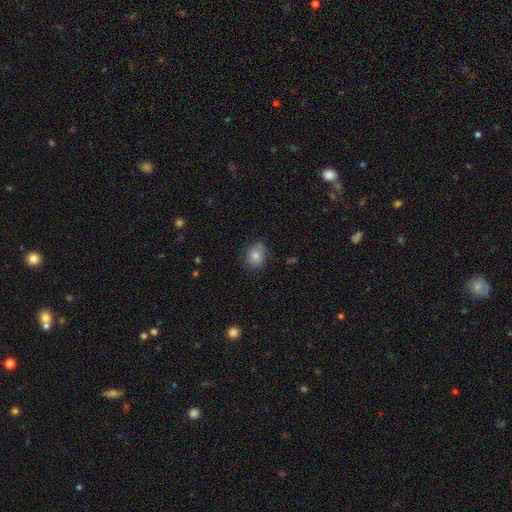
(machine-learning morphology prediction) smooth-or-featured: smooth: 80% | featured or disk: 11% | star or artifact: 10%
  how-rounded: round: 72% | in between: 27% | cigar-shaped: 1%
  merging: none: 79% | minor disturbance: 16% | major disturbance: 3% | merger: 1%